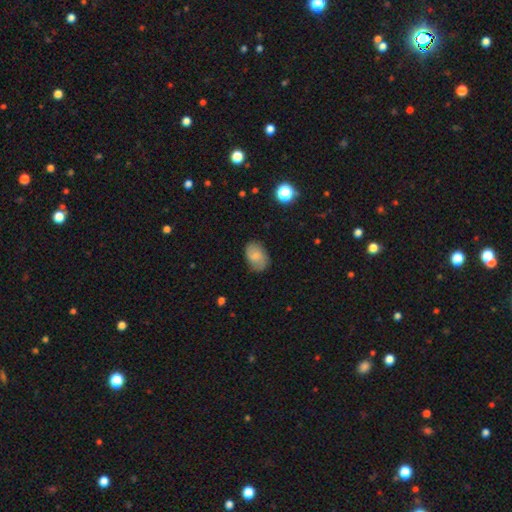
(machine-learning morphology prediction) Smooth or featured? smooth (71%)
How rounded? in between (84%)
Merging? none (73%)